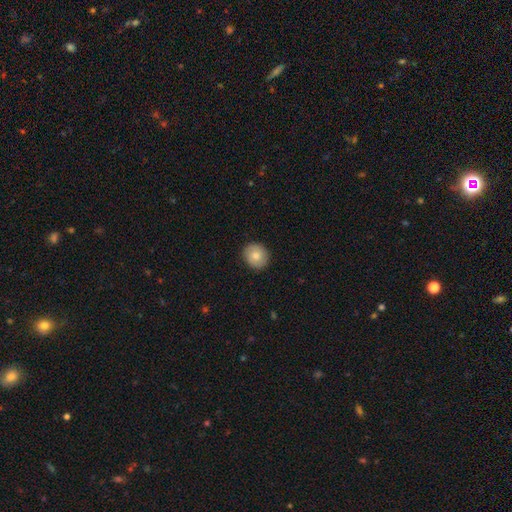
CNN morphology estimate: A smooth galaxy with no disk features (78%) that is round (84%).

Vote fractions:
- Smooth or featured? smooth: 78% / featured or disk: 14% / star or artifact: 7%
- How rounded? round: 84% / in between: 15% / cigar-shaped: 1%
- Merging? none: 89% / minor disturbance: 8% / major disturbance: 2% / merger: 1%